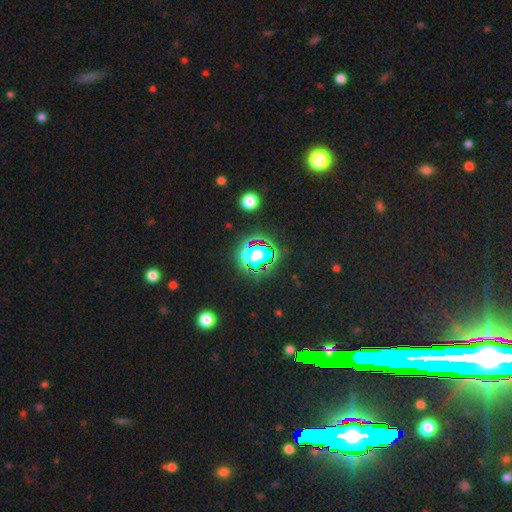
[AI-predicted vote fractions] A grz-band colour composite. It shows a star or artifact, not a galaxy (64%).